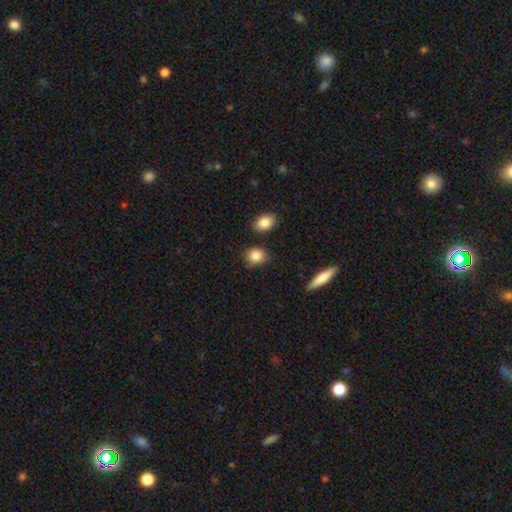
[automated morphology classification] The model was most divided on "how rounded": round: 61%, in between: 38%, cigar-shaped: 2%. More confident: smooth or featured — smooth (87%); merging — none (81%).